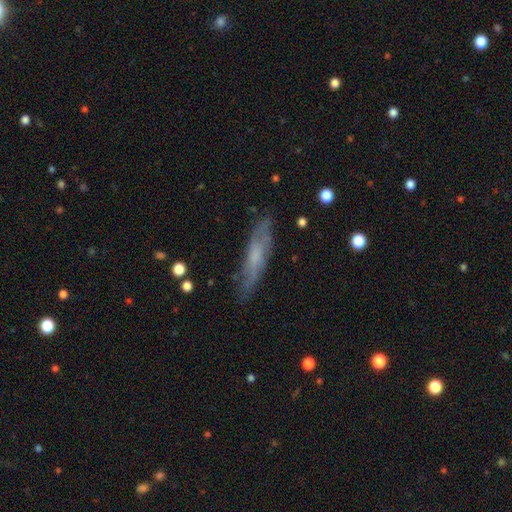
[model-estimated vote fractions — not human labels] Overall: featured or disk (50%; smooth 42%). Edge-on disk: yes (51%; no 49%). Merging: none (77%).